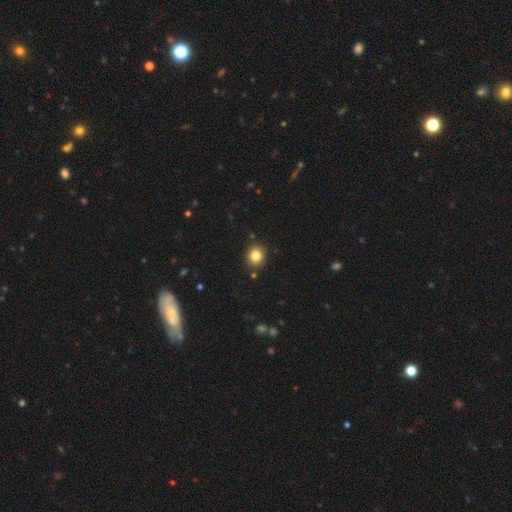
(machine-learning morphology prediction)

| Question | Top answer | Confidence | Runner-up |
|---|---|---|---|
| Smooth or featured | smooth | 82% | star or artifact (11%) |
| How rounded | round | 81% | in between (19%) |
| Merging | none | 88% | minor disturbance (7%) |